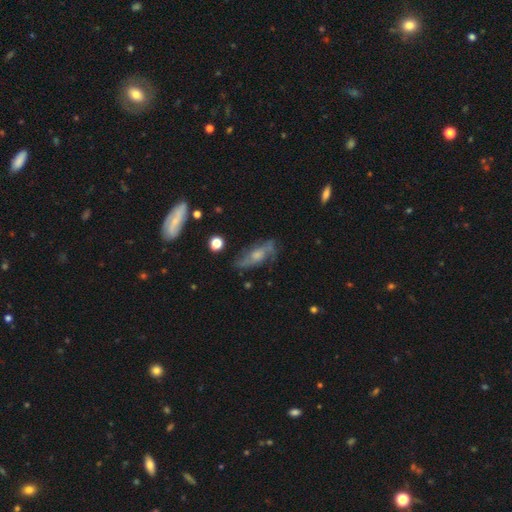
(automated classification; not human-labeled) Smooth or featured?
  - featured or disk: 65% *
  - smooth: 24%
  - star or artifact: 11%
Edge-on disk?
  - no: 77% *
  - yes: 23%
Merging?
  - none: 68% *
  - minor disturbance: 20%
  - major disturbance: 9%
  - merger: 3%